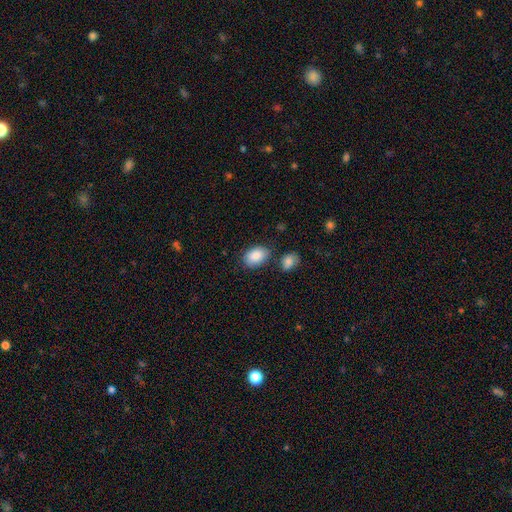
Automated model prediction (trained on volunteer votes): Smooth or featured? Predicted: smooth (p=0.86). How rounded? Predicted: in between (p=0.86). Merging? Predicted: none (p=0.73).